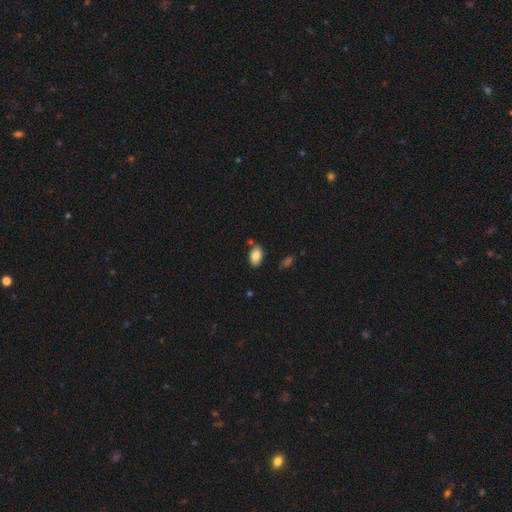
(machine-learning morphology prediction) Smooth or featured: smooth — 84% (featured or disk — 8%)
How rounded: in between — 92% (round — 7%)
Merging: none — 77% (minor disturbance — 14%)